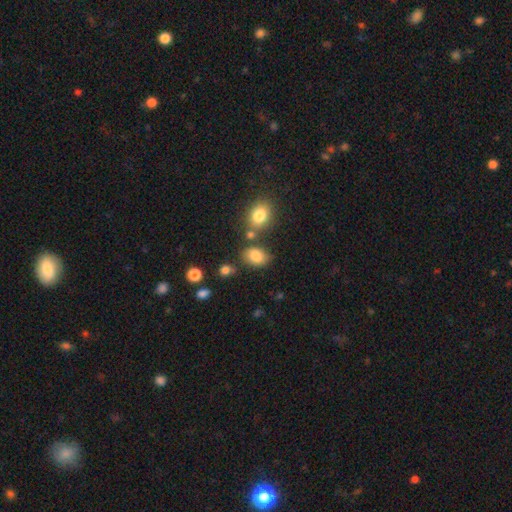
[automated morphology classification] Smooth or featured: smooth — 82% (star or artifact — 10%)
How rounded: in between — 77% (round — 22%)
Merging: none — 69% (minor disturbance — 17%)